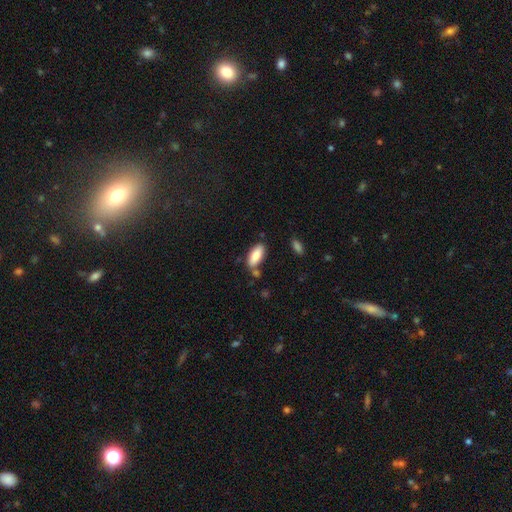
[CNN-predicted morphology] Smooth or featured?
  - smooth: 84% *
  - featured or disk: 9%
  - star or artifact: 6%
How rounded?
  - in between: 80% *
  - cigar-shaped: 19%
  - round: 2%
Merging?
  - none: 73% *
  - minor disturbance: 14%
  - merger: 9%
  - major disturbance: 3%